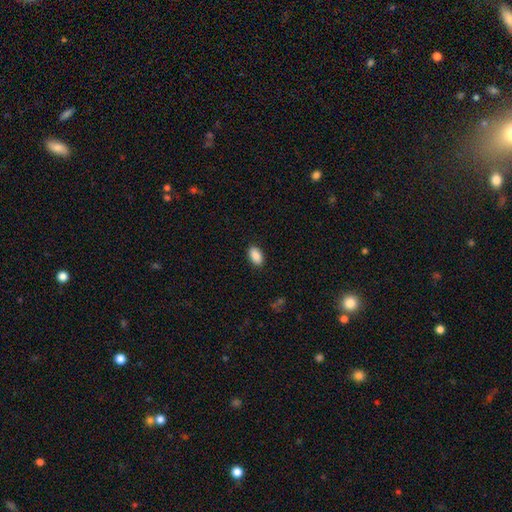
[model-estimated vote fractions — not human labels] Morphology: type=smooth (89%); roundness=in between (93%); merging=none (89%).